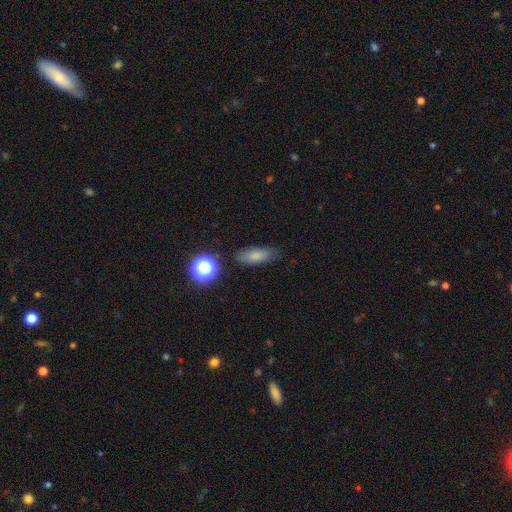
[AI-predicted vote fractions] Overall: smooth (77%). How rounded: in between (67%). Merging: none (80%).